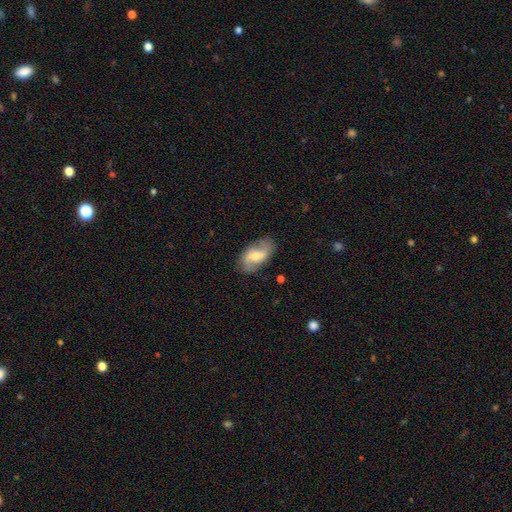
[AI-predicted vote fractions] A featured or disk galaxy (67%) with a weak bar (47%), 2 (87%) loose (58%) spiral arms (91%) and a moderate central bulge (49%). Merging: none (79%).